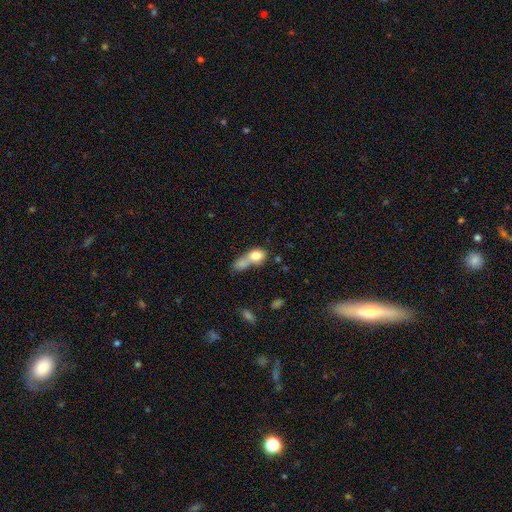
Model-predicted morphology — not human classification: type=smooth (76%); roundness=in between (58%); merging=merger (67%).